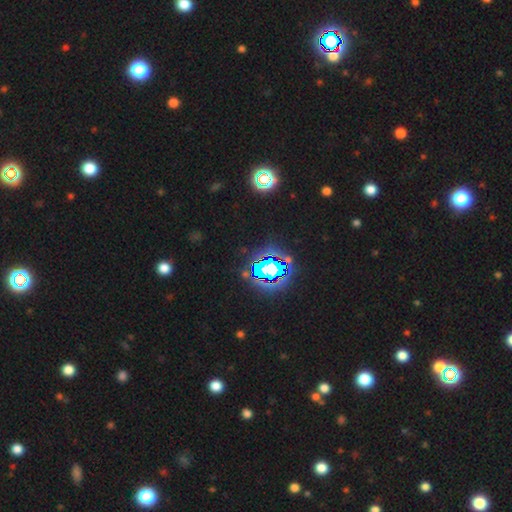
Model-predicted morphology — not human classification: This appears to be a star or artifact, not a galaxy (81%).